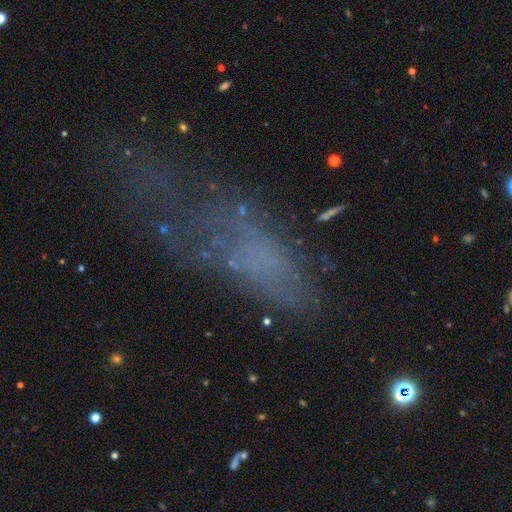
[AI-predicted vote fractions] smooth-or-featured: smooth: 42% | featured or disk: 35% | star or artifact: 24%
  merging: major disturbance: 37% | none: 34% | minor disturbance: 23% | merger: 6%